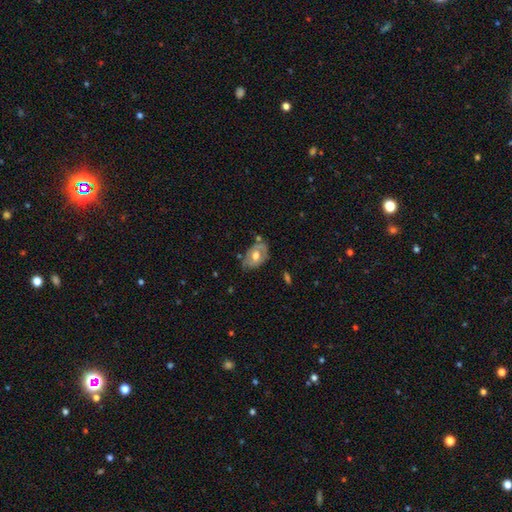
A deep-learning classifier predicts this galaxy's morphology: A featured or disk galaxy (50%). Merging: none (56%).